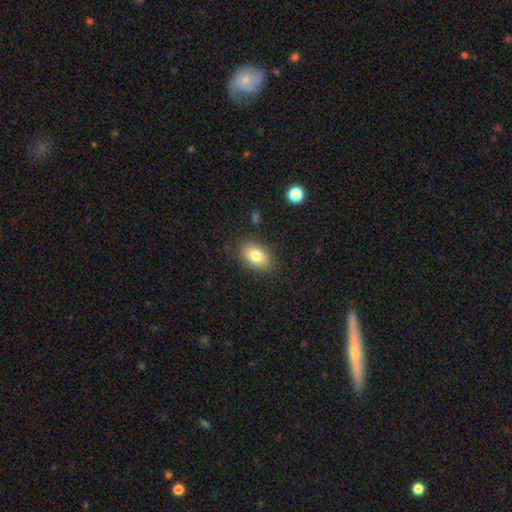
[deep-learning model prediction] This is likely a smooth galaxy (79%). How rounded: clearly in between (88%). Merging: clearly none (84%).